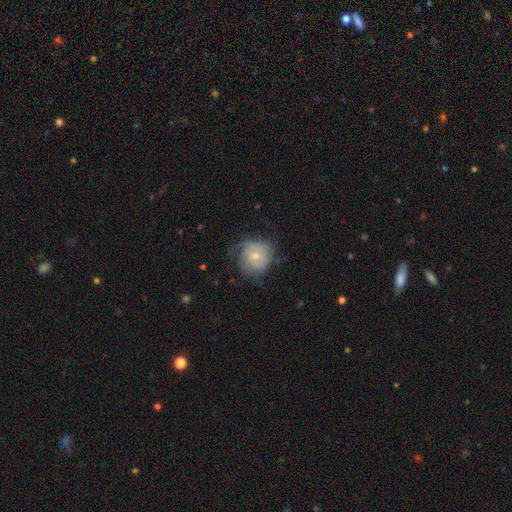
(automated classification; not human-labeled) Smooth or featured?
  - featured or disk: 51% *
  - smooth: 41%
  - star or artifact: 8%
Edge-on disk?
  - no: 97% *
  - yes: 3%
Merging?
  - none: 51% *
  - minor disturbance: 29%
  - major disturbance: 19%
  - merger: 2%